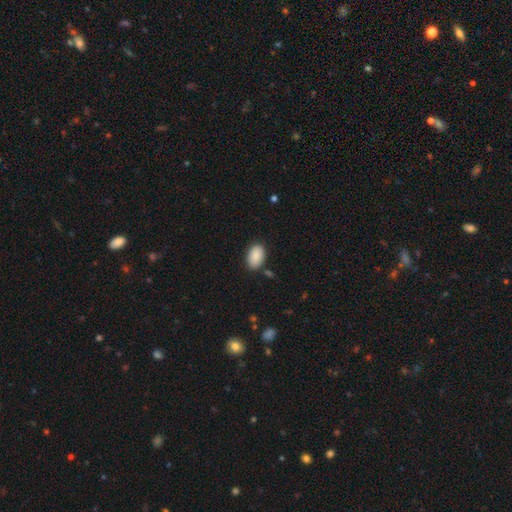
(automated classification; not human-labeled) Smooth or featured?
  - smooth: 89% *
  - star or artifact: 7%
  - featured or disk: 4%
How rounded?
  - in between: 93% *
  - round: 6%
  - cigar-shaped: 1%
Merging?
  - none: 82% *
  - minor disturbance: 12%
  - merger: 3%
  - major disturbance: 3%